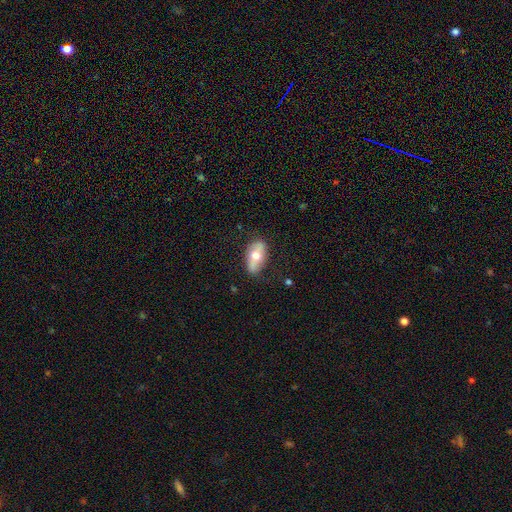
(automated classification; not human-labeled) smooth 55%, featured or disk 39%, star or artifact 6%. Down the decision tree: how rounded — in between (89%); merging — none (74%).